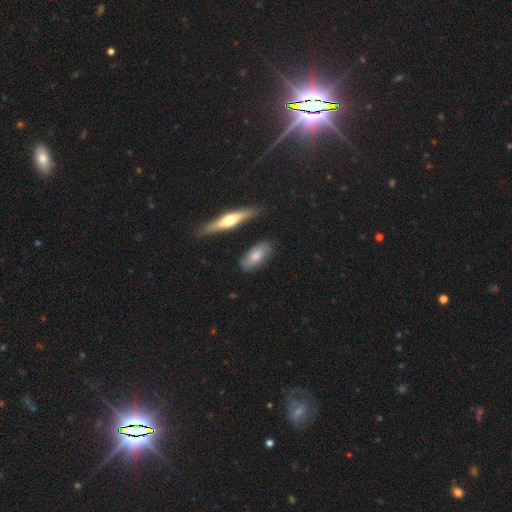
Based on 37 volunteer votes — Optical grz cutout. It shows a smooth galaxy with no disk features (65%) that is in between round and cigar-shaped (83%). Merging: none (81%).